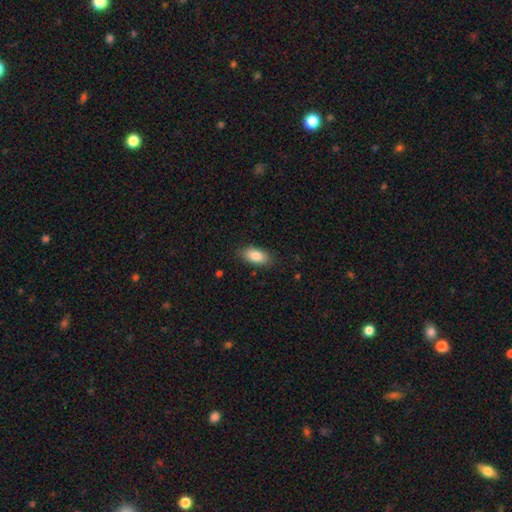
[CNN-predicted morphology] type=smooth (85%); roundness=in between (91%); merging=none (85%).